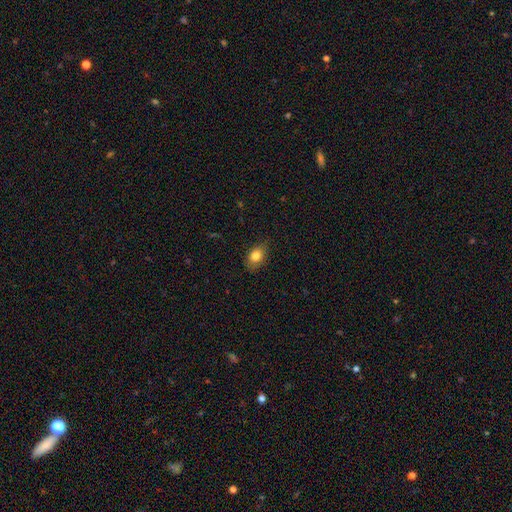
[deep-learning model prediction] This appears to be a smooth galaxy with no disk features (81%) that is in between round and cigar-shaped (76%). Merging: none (78%).